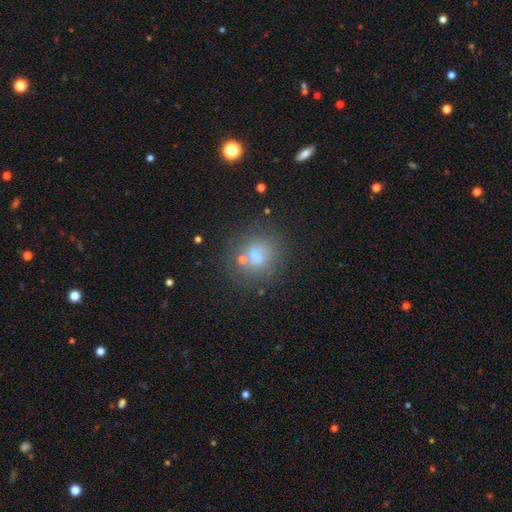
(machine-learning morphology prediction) Smooth or featured? Predicted: smooth (p=0.63). How rounded? Predicted: round (p=0.83). Merging? Predicted: none (p=0.65).